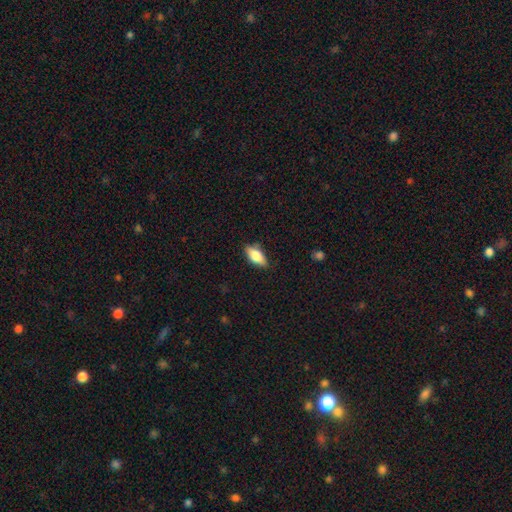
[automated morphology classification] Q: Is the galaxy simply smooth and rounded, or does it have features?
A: smooth — 76%.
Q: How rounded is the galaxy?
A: in between — 86%.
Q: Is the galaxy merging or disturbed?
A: none — 81%.